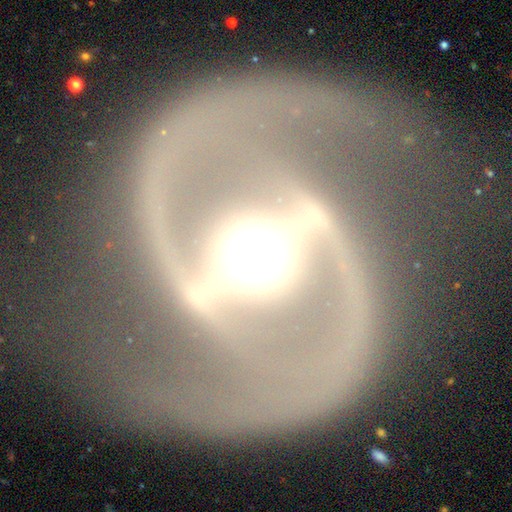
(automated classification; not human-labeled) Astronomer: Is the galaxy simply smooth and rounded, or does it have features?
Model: featured or disk — 93%.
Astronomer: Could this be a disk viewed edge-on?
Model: no — 97%.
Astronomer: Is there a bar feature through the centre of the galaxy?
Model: strong — 69%.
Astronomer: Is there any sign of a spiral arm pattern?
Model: yes — 97%.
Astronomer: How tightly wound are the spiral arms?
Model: medium — 59%.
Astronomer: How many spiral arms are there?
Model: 2 — 94%.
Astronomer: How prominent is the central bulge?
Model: moderate — 69%.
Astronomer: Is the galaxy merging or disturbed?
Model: none — 74%.